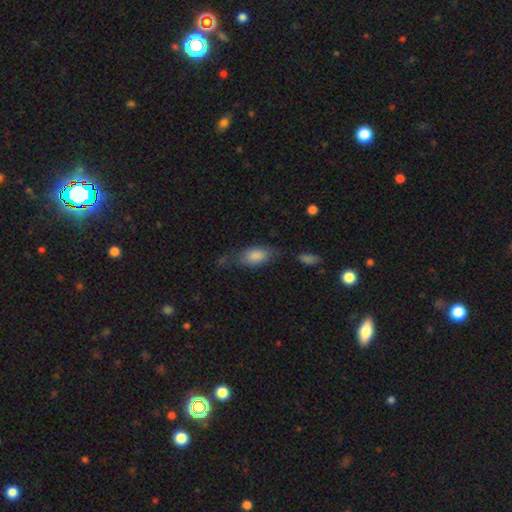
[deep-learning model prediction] The model was most divided on "merging": none: 52%, minor disturbance: 27%, major disturbance: 13%, merger: 8%. More confident: how rounded — in between (89%); smooth or featured — smooth (81%).